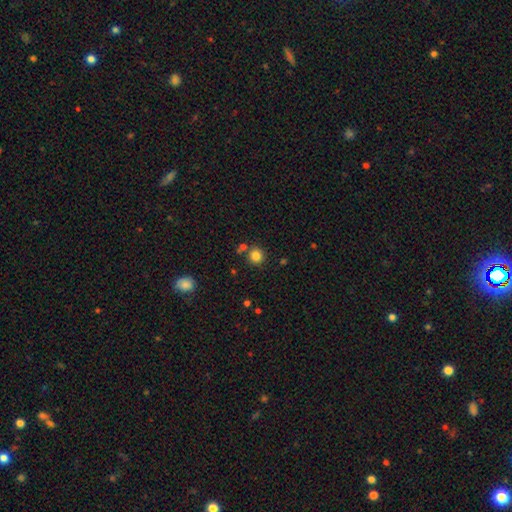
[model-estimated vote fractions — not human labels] Smooth or featured? Predicted: smooth (p=0.83). How rounded? Predicted: round (p=0.93). Merging? Predicted: none (p=0.80).